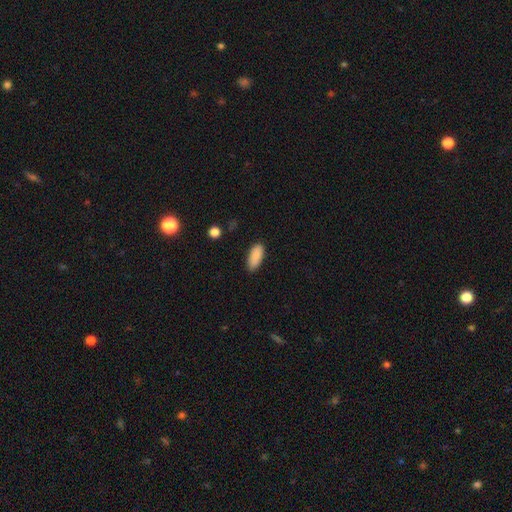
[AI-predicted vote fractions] Smooth or featured: smooth — 89% (star or artifact — 7%)
How rounded: in between — 85% (cigar-shaped — 13%)
Merging: none — 85% (minor disturbance — 11%)